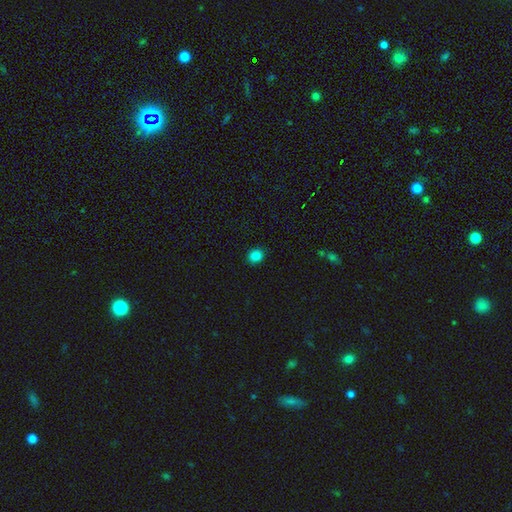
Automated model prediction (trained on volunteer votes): Smooth or featured? smooth (83%)
How rounded? round (79%)
Merging? none (91%)